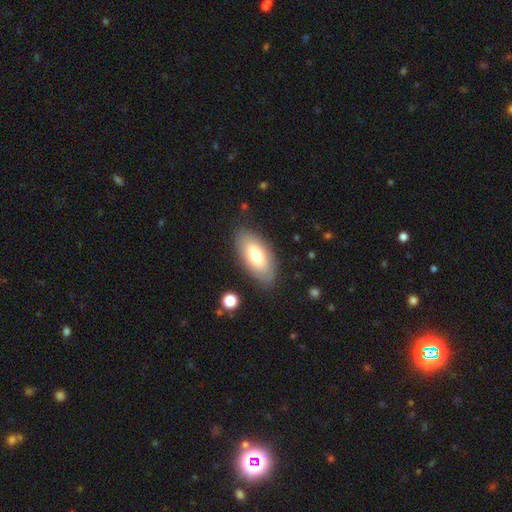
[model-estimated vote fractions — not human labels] Q: Smooth or featured?
A: smooth (71%); runner-up: featured or disk (23%)
Q: How rounded?
A: in between (90%); runner-up: cigar-shaped (7%)
Q: Merging?
A: none (83%); runner-up: minor disturbance (12%)